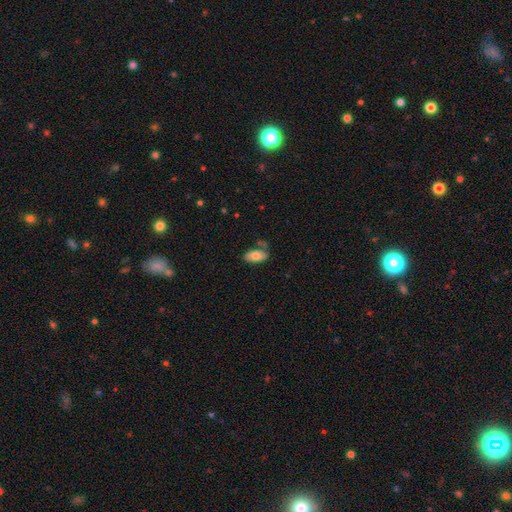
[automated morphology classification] Q: Smooth or featured?
A: smooth (77%); runner-up: featured or disk (16%)
Q: How rounded?
A: in between (93%); runner-up: cigar-shaped (3%)
Q: Merging?
A: none (69%); runner-up: minor disturbance (17%)